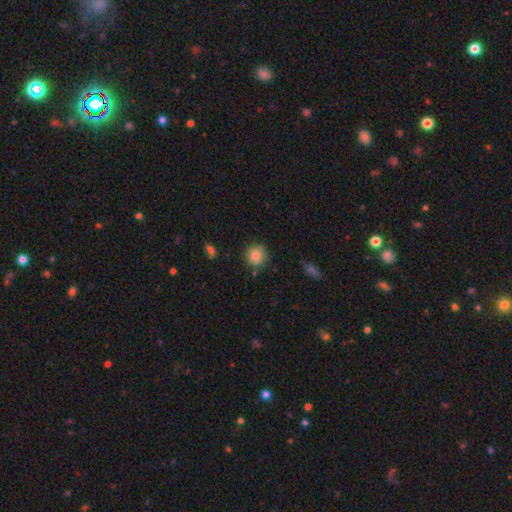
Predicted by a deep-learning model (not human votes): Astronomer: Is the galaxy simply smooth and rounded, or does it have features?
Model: smooth — 86%.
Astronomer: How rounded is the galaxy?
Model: round — 90%.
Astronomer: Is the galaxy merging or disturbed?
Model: none — 83%.